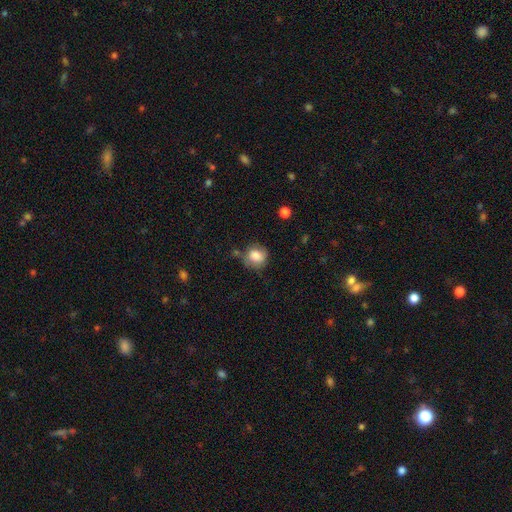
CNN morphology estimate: Smooth or featured: smooth — 79% (featured or disk — 12%)
How rounded: round — 76% (in between — 23%)
Merging: none — 59% (minor disturbance — 27%)